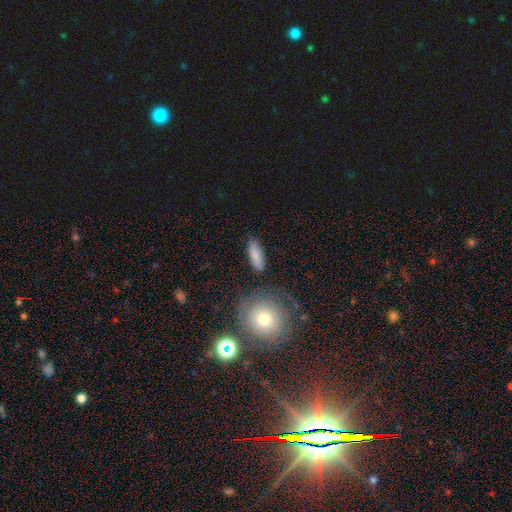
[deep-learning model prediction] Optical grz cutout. It shows a smooth galaxy with no disk features (84%) that is in between round and cigar-shaped (67%). Merging: none (82%).